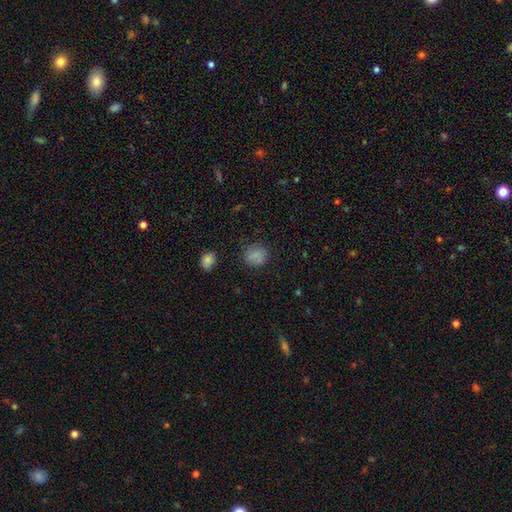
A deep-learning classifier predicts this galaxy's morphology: Overall: smooth (83%). How rounded: round (76%). Merging: none (80%).